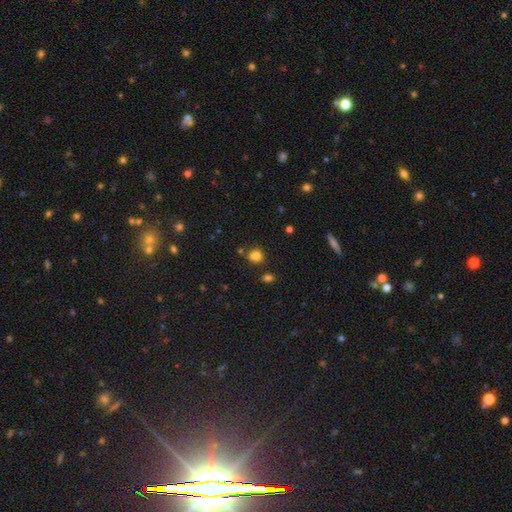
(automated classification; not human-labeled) Overall: smooth (77%). How rounded: round (68%; in between 31%). Merging: none (66%).